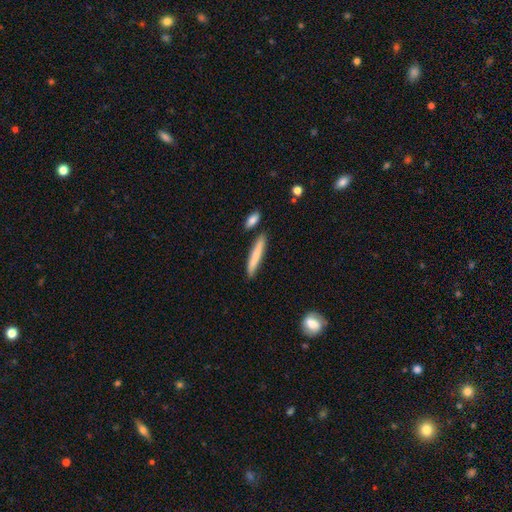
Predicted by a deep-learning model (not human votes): This is likely a smooth galaxy (75%). How rounded: clearly cigar-shaped (93%). Merging: clearly none (85%).